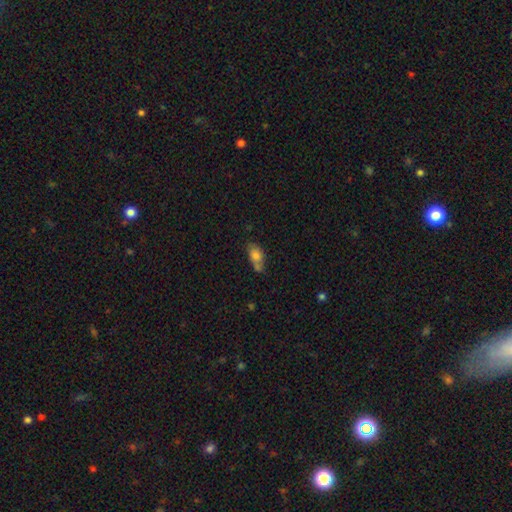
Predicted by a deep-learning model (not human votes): smooth-or-featured: smooth: 76% | featured or disk: 15% | star or artifact: 9%
  how-rounded: in between: 85% | round: 10% | cigar-shaped: 5%
  merging: none: 42% | merger: 31% | minor disturbance: 21% | major disturbance: 7%